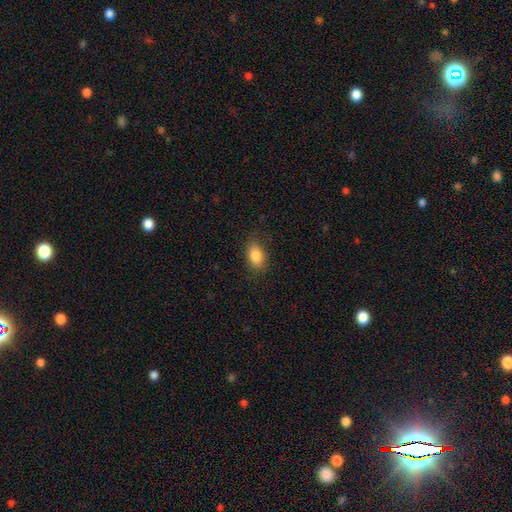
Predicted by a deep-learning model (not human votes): smooth-or-featured: smooth: 85% | star or artifact: 8% | featured or disk: 7%
  how-rounded: in between: 88% | round: 9% | cigar-shaped: 3%
  merging: none: 83% | minor disturbance: 12% | major disturbance: 3% | merger: 1%